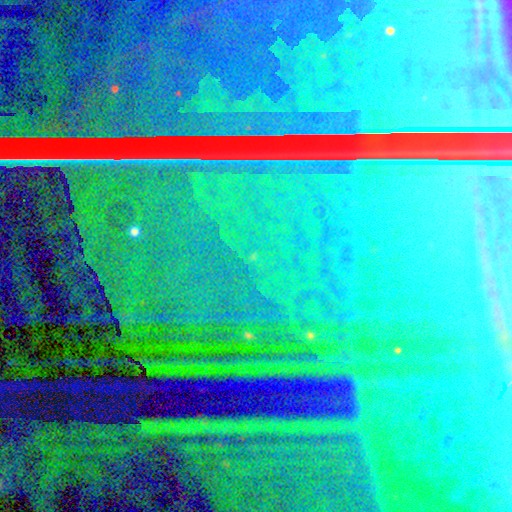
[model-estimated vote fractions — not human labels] smooth_or_featured: star or artifact (p=0.88) [alt: featured or disk p=0.07]